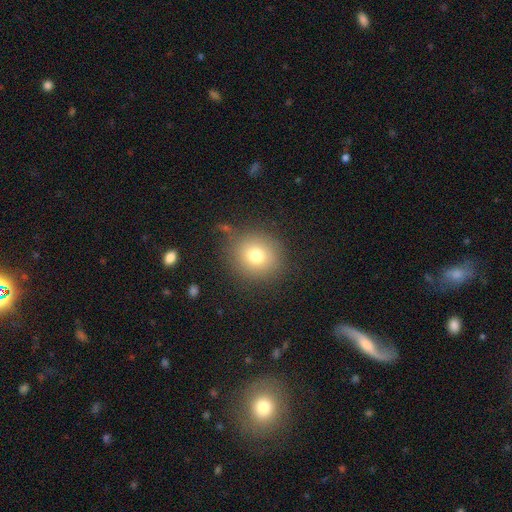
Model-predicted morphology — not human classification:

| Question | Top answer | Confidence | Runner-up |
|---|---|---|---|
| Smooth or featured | smooth | 76% | star or artifact (12%) |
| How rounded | round | 86% | in between (13%) |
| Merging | none | 81% | minor disturbance (12%) |